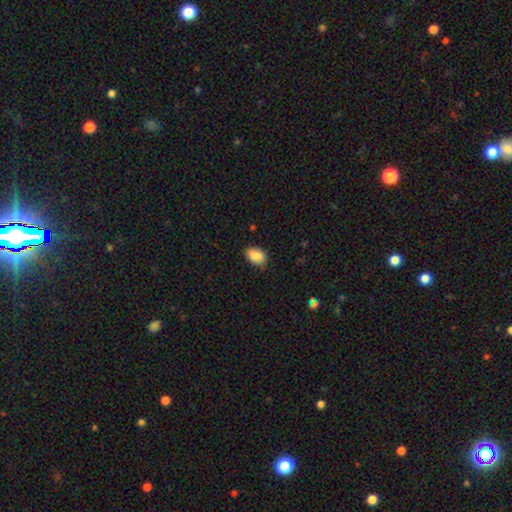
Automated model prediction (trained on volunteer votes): This appears to be a smooth galaxy with no disk features (86%) that is in between round and cigar-shaped (86%). Merging: none (77%).